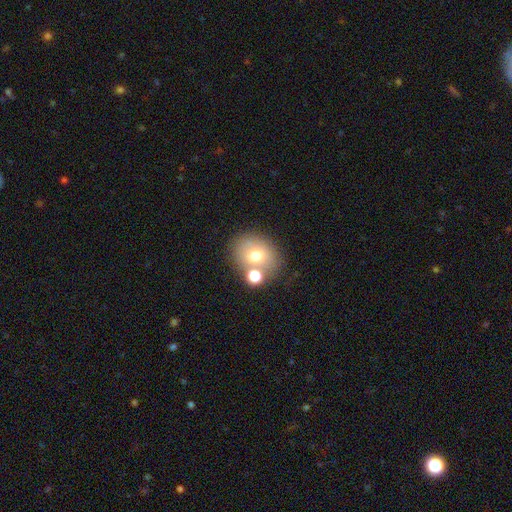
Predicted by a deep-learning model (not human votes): A smooth galaxy with no disk features (68%) that is round (65%).

Vote fractions:
- Smooth or featured? smooth: 68% / featured or disk: 19% / star or artifact: 13%
- How rounded? round: 65% / in between: 35% / cigar-shaped: 1%
- Merging? none: 63% / merger: 21% / minor disturbance: 12% / major disturbance: 5%